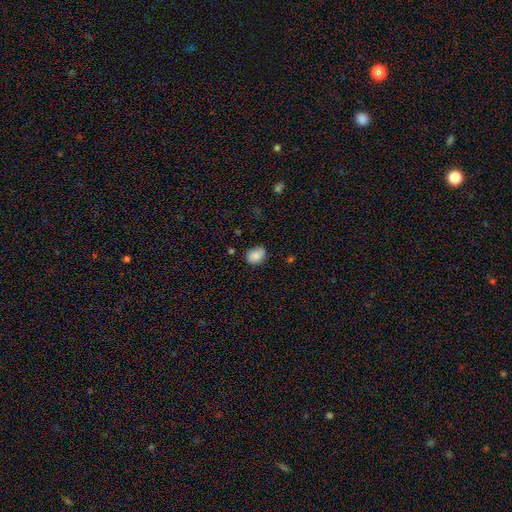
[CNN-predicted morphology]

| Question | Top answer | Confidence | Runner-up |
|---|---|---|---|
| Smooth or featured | smooth | 87% | star or artifact (8%) |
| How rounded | in between | 63% | round (36%) |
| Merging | none | 74% | minor disturbance (20%) |